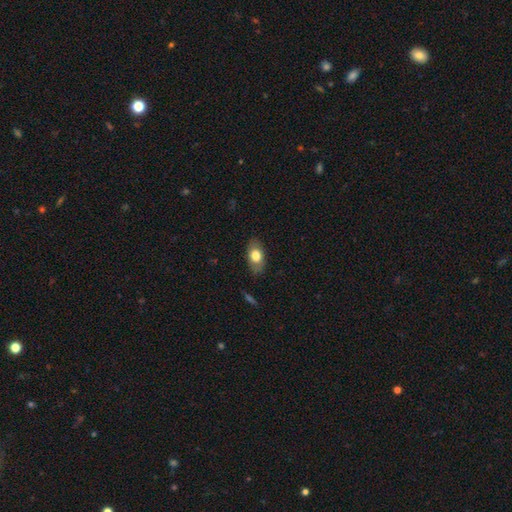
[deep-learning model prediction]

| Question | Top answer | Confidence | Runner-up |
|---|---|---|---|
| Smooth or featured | smooth | 74% | featured or disk (19%) |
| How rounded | in between | 89% | round (9%) |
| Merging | none | 82% | minor disturbance (14%) |